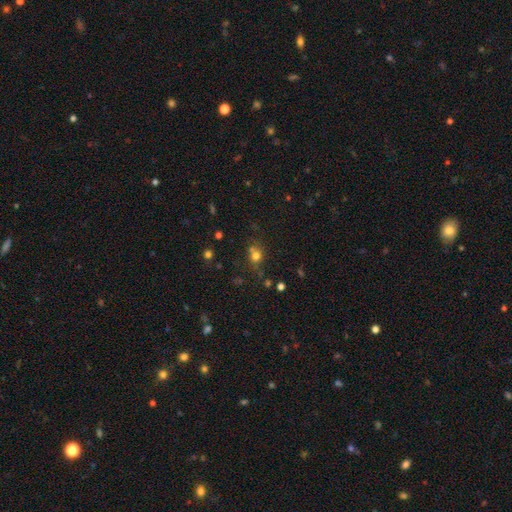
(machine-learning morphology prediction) A smooth galaxy with no disk features (69%) that is round (80%). Merging: none (63%).